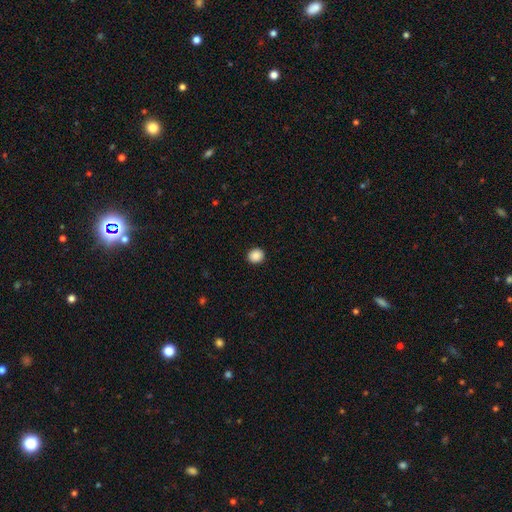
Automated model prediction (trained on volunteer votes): Morphology: type=smooth (89%); roundness=round (79%); merging=none (92%).